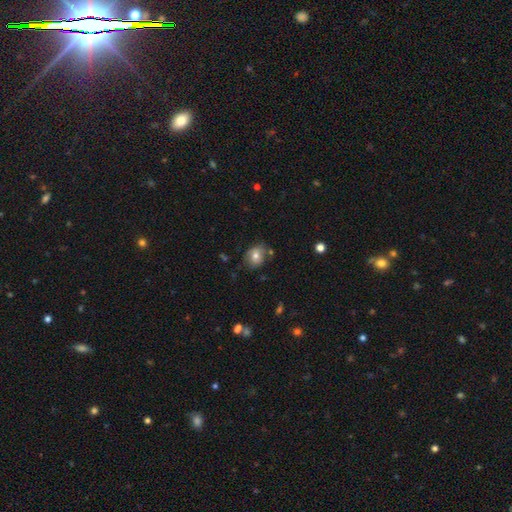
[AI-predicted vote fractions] A smooth galaxy with no disk features (72%) that is round (62%).

Vote fractions:
- Smooth or featured? smooth: 72% / featured or disk: 17% / star or artifact: 11%
- How rounded? round: 62% / in between: 37% / cigar-shaped: 1%
- Merging? none: 72% / minor disturbance: 18% / merger: 5% / major disturbance: 4%